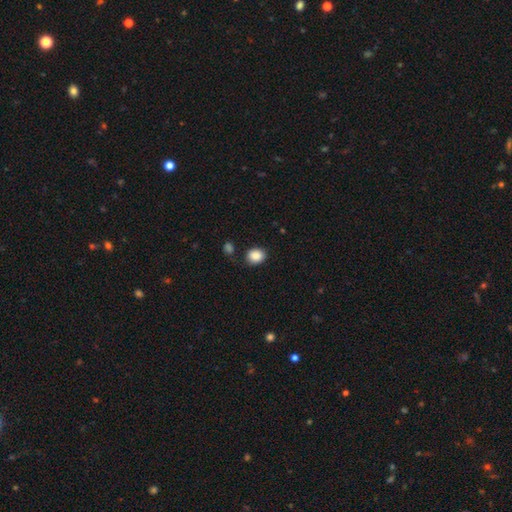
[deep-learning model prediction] The model was most divided on "how rounded": round: 54%, in between: 45%, cigar-shaped: 1%. More confident: smooth or featured — smooth (88%); merging — none (78%).